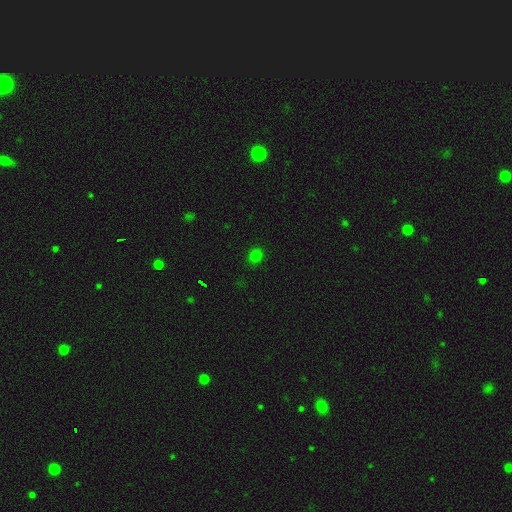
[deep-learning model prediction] A smooth galaxy with no disk features (78%) that is round (78%). Merging: none (90%).